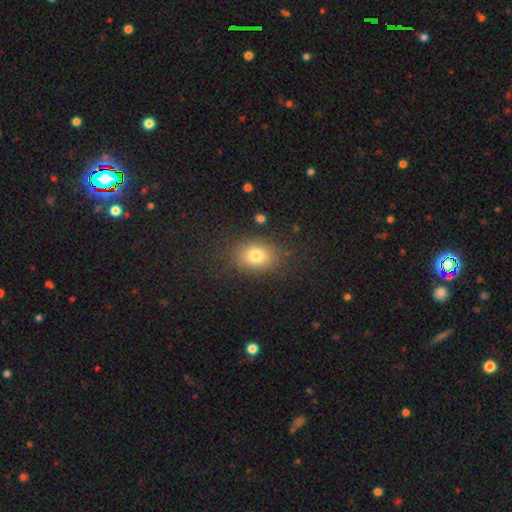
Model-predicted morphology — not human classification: Smooth or featured: smooth — 78% (star or artifact — 12%)
How rounded: in between — 60% (round — 39%)
Merging: none — 82% (minor disturbance — 11%)